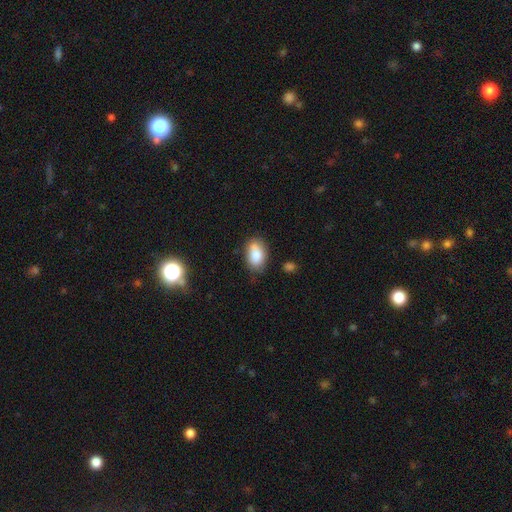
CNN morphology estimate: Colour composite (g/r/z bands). It shows a smooth galaxy with no disk features (86%) that is in between round and cigar-shaped (92%). Merging: none (72%).